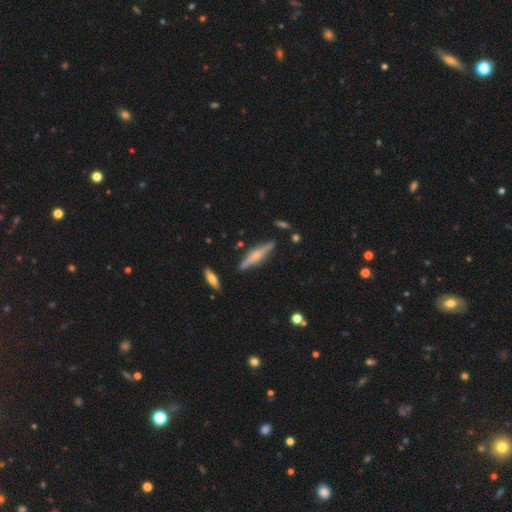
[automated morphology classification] Q: Smooth or featured?
A: featured or disk (68%); runner-up: smooth (25%)
Q: Edge-on disk?
A: yes (97%); runner-up: no (3%)
Q: Edge-on bulge?
A: rounded (81%); runner-up: boxy (14%)
Q: Merging?
A: none (87%); runner-up: minor disturbance (9%)